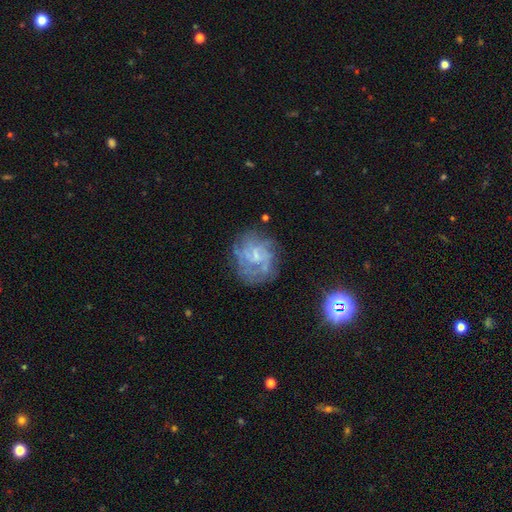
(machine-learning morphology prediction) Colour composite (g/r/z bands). It shows a featured or disk galaxy (71%) with no bar (49%), tight (52%) spiral arms (72%) and a small central bulge (43%). Merging: none (63%).